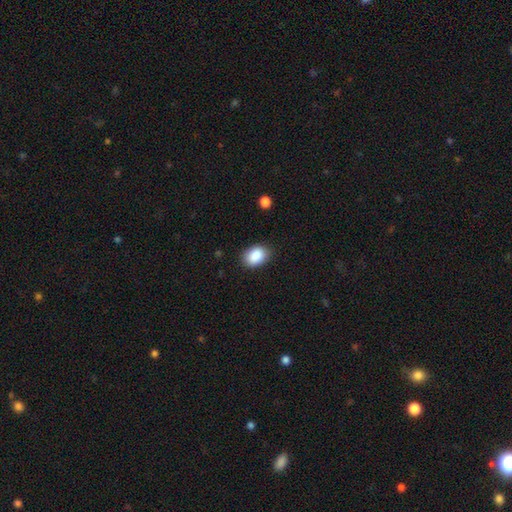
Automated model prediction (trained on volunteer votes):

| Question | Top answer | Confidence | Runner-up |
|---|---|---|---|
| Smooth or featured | smooth | 88% | star or artifact (8%) |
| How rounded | in between | 80% | round (19%) |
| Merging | none | 85% | minor disturbance (11%) |